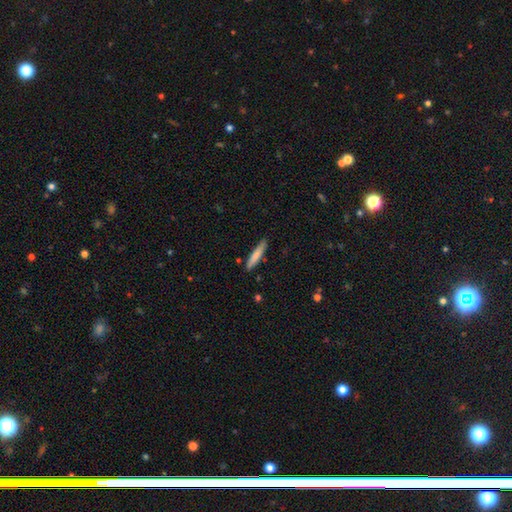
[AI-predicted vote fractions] Overall: smooth (77%). How rounded: cigar-shaped (91%). Merging: none (86%).